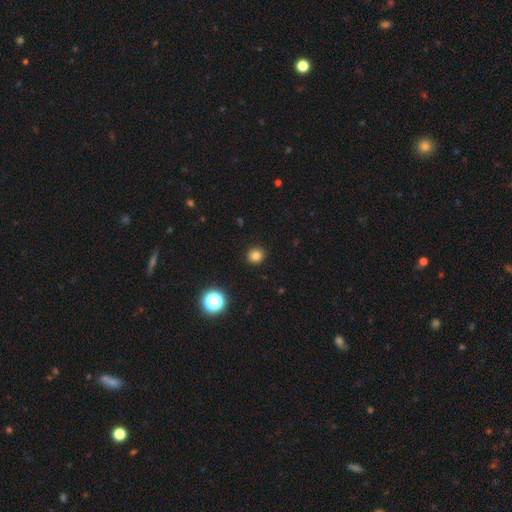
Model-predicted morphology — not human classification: Smooth or featured? smooth (81%)
How rounded? round (90%)
Merging? none (92%)